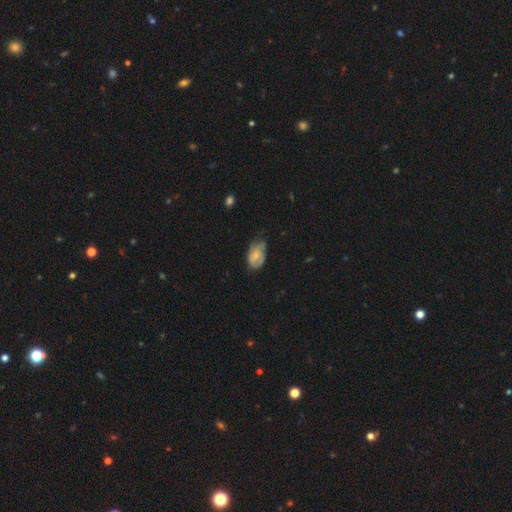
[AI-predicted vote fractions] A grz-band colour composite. It shows a smooth galaxy with no disk features (51%) that is in between round and cigar-shaped (86%). Merging: minor disturbance (43%).